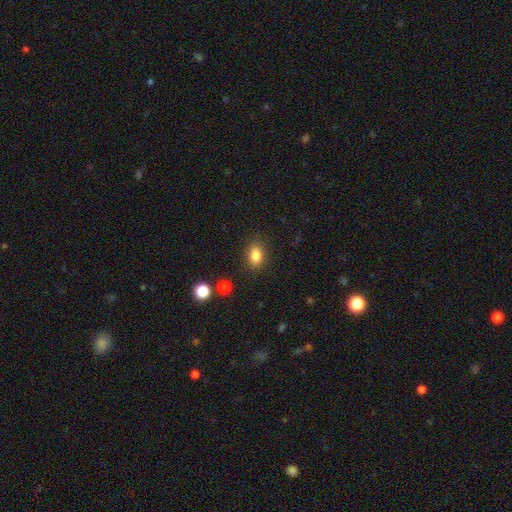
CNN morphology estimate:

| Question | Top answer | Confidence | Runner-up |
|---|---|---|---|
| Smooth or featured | smooth | 84% | star or artifact (10%) |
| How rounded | in between | 75% | round (24%) |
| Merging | none | 86% | minor disturbance (9%) |